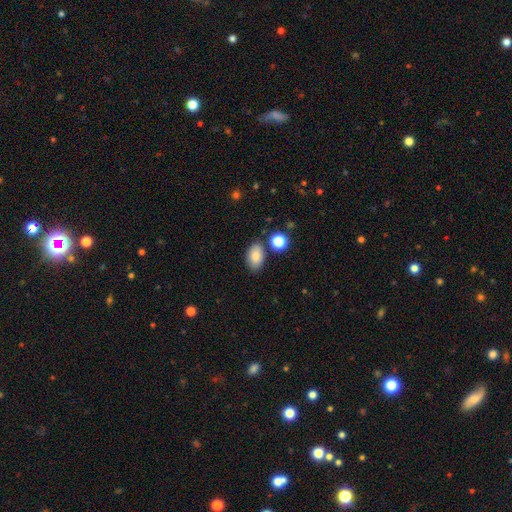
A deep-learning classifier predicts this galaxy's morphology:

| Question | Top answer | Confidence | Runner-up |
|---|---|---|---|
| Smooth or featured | smooth | 84% | star or artifact (8%) |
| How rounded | in between | 89% | round (9%) |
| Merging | none | 79% | minor disturbance (12%) |